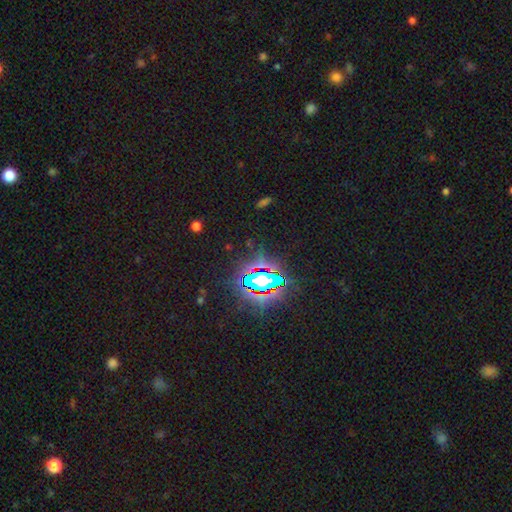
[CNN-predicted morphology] This appears to be a star or artifact, not a galaxy (81%).